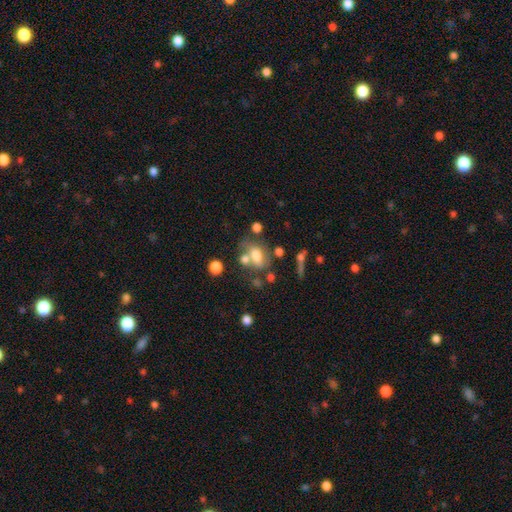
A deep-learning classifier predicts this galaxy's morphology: smooth_or_featured: smooth (p=0.66) [alt: featured or disk p=0.21]
how_rounded: in between (p=0.77) [alt: round p=0.19]
merging: none (p=0.42) [alt: merger p=0.29]